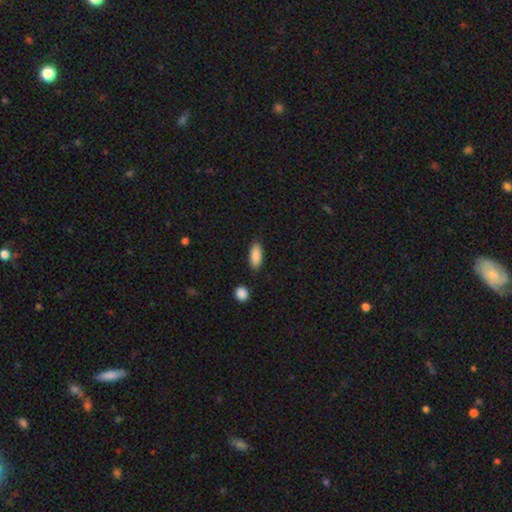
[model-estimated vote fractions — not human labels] smooth 89%, star or artifact 6%, featured or disk 5%. Down the decision tree: how rounded — in between (82%); merging — none (83%).